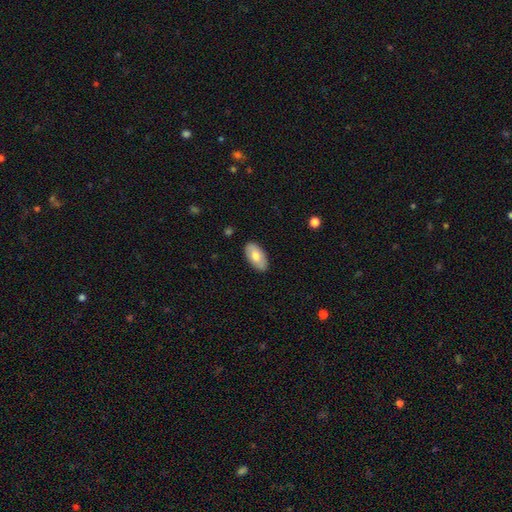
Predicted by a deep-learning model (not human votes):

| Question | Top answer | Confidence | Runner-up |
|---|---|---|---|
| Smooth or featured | smooth | 71% | featured or disk (23%) |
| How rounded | in between | 95% | round (3%) |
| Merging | none | 88% | minor disturbance (9%) |